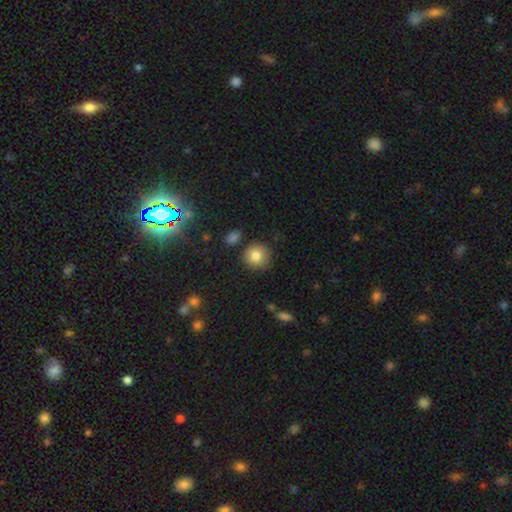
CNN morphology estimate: smooth-or-featured: smooth: 83% | star or artifact: 9% | featured or disk: 8%
  how-rounded: round: 91% | in between: 8% | cigar-shaped: 1%
  merging: none: 83% | minor disturbance: 10% | merger: 4% | major disturbance: 3%